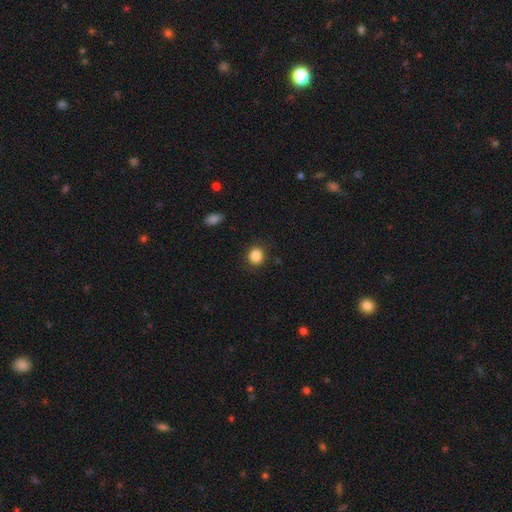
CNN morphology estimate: This appears to be a smooth galaxy with no disk features (87%) that is round (81%). Merging: none (88%).